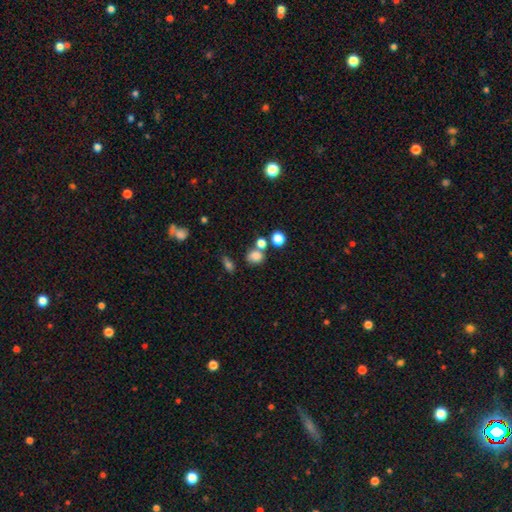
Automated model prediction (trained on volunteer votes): Smooth or featured? Predicted: smooth (p=0.78). How rounded? Predicted: round (p=0.62). Merging? Predicted: none (p=0.58).